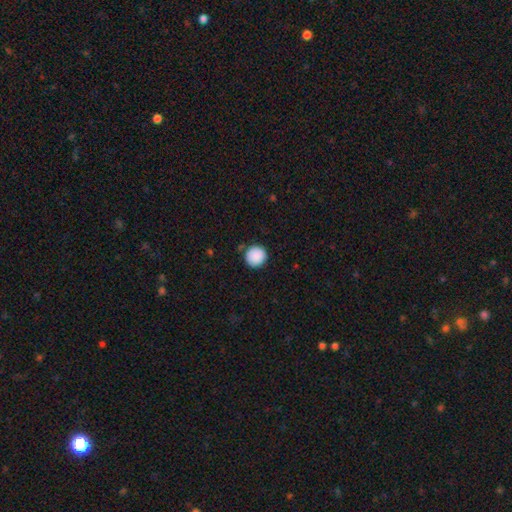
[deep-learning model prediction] This is clearly a smooth galaxy (89%). How rounded: clearly round (95%). Merging: clearly none (88%).